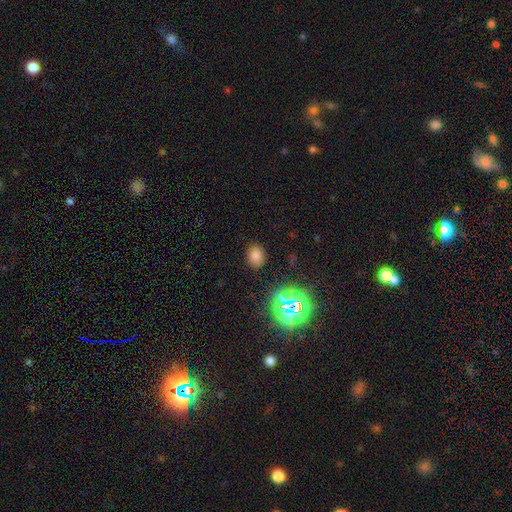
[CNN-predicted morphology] smooth_or_featured: smooth (p=0.72) [alt: star or artifact p=0.22]
how_rounded: in between (p=0.66) [alt: round p=0.33]
merging: none (p=0.85) [alt: minor disturbance p=0.11]